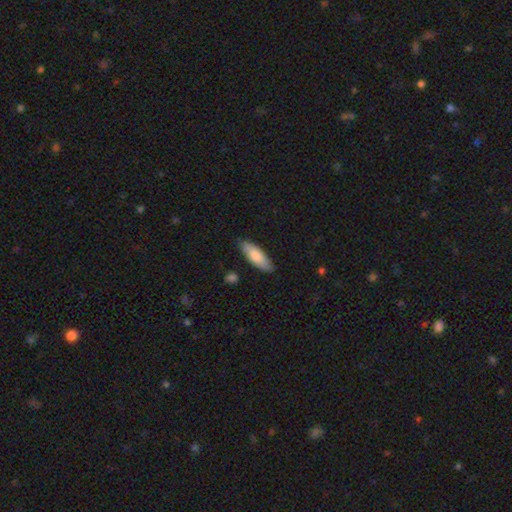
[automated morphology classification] Overall: smooth (78%). How rounded: in between (61%; cigar-shaped 38%). Merging: none (83%).